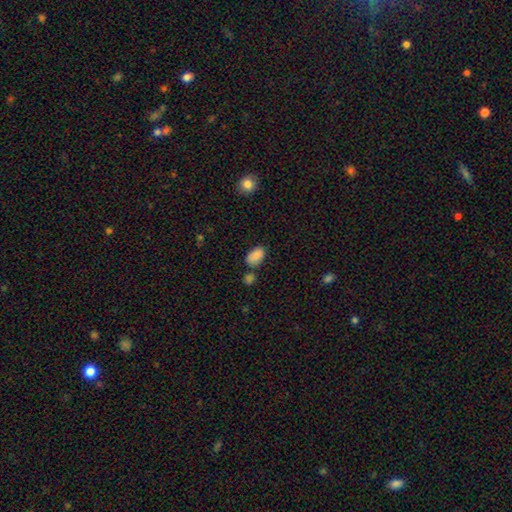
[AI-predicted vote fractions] The model was most divided on "merging": none: 67%, minor disturbance: 18%, merger: 11%, major disturbance: 4%. More confident: how rounded — in between (93%); smooth or featured — smooth (87%).